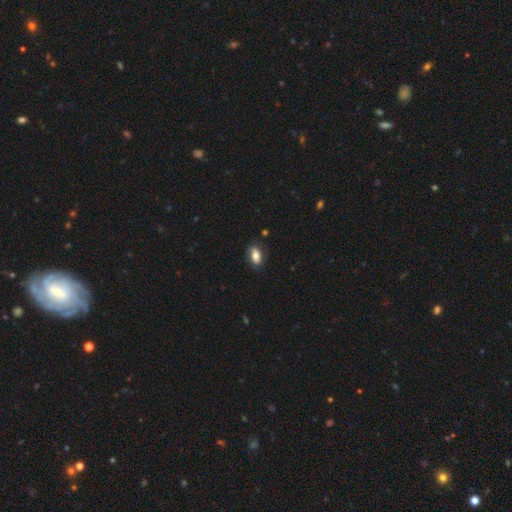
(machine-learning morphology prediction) type=smooth (74%); roundness=in between (89%); merging=none (80%).